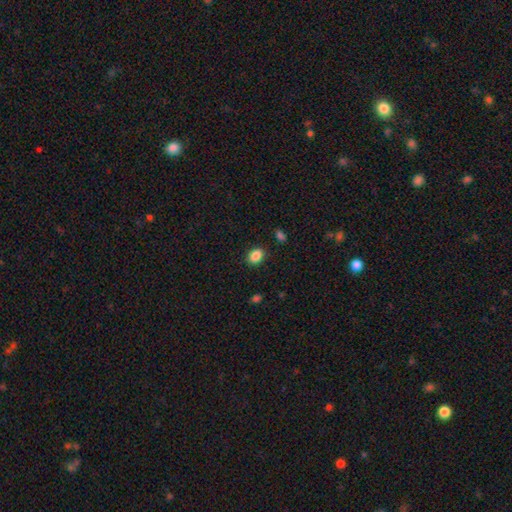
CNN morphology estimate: Smooth or featured? smooth (87%)
How rounded? in between (65%)
Merging? none (88%)